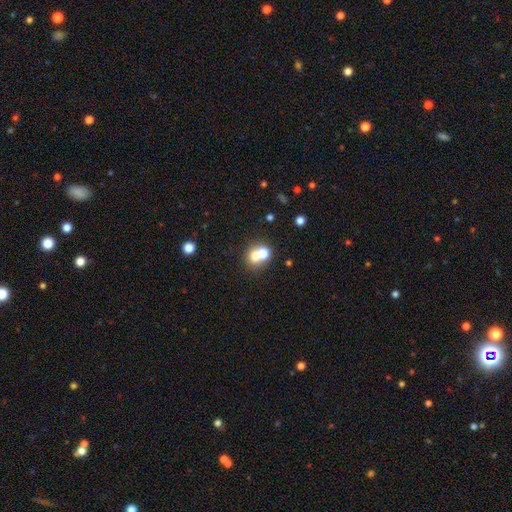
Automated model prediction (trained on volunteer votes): Smooth or featured: smooth — 68% (featured or disk — 17%)
How rounded: round — 76% (in between — 23%)
Merging: merger — 51% (none — 38%)